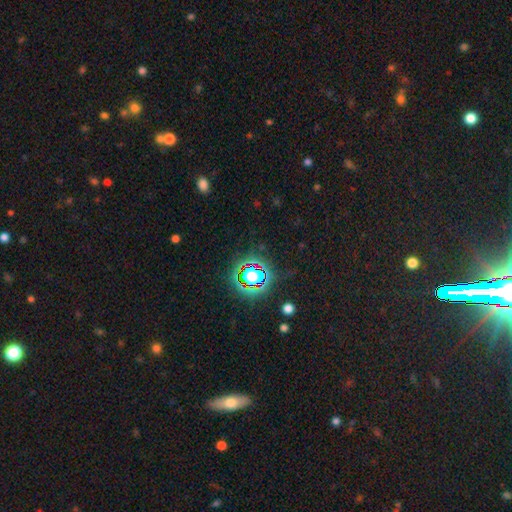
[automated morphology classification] Smooth or featured?
  - star or artifact: 77% *
  - smooth: 14%
  - featured or disk: 9%